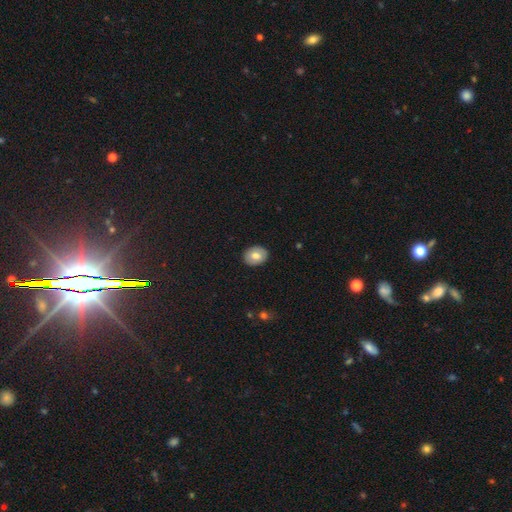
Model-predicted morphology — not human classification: A smooth galaxy with no disk features (73%) that is in between round and cigar-shaped (55%). Merging: none (90%).